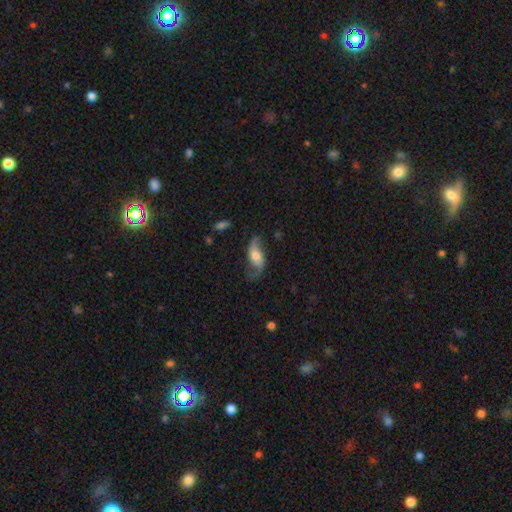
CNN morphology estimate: A featured or disk galaxy (70%) with no bar (56%), 2 (88%) loose (80%) spiral arms (91%) and a moderate central bulge (57%). Merging: none (63%).